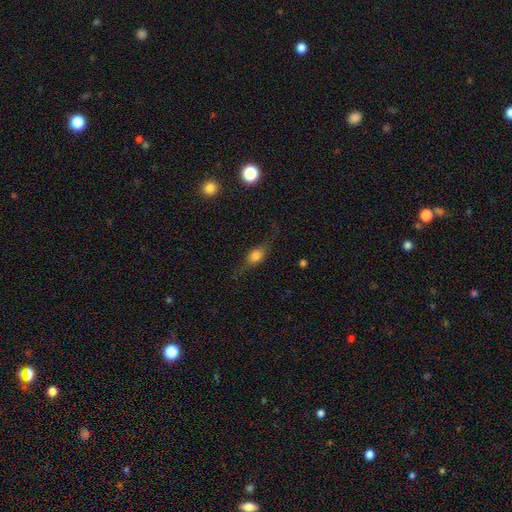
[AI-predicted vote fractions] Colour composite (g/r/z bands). It shows a smooth galaxy with no disk features (55%) that is in between round and cigar-shaped (58%). Merging: none (67%).